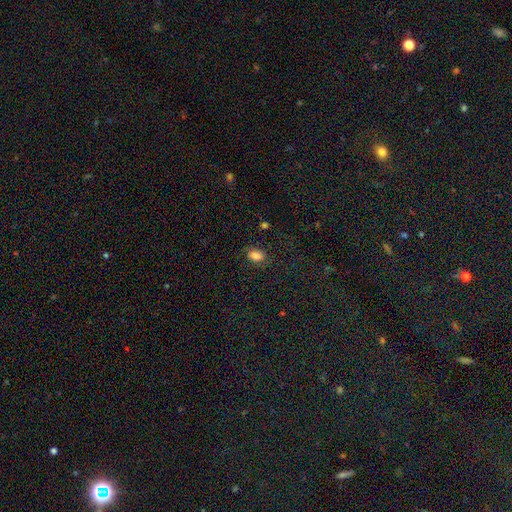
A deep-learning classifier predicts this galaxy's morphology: This appears to be a smooth galaxy with no disk features (80%) that is in between round and cigar-shaped (85%). Merging: none (76%).